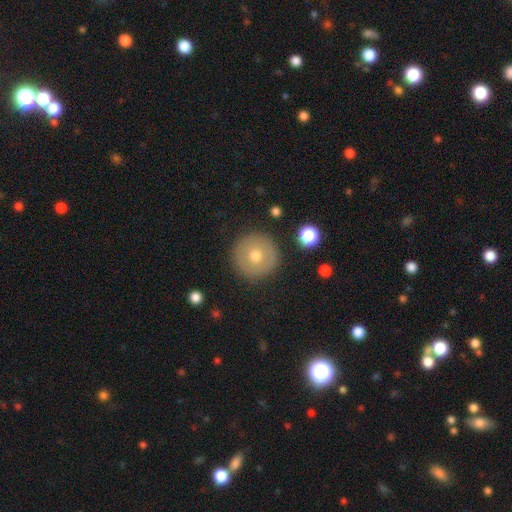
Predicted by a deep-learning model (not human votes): This is likely a smooth galaxy (64%). How rounded: clearly round (96%). Merging: clearly none (90%).